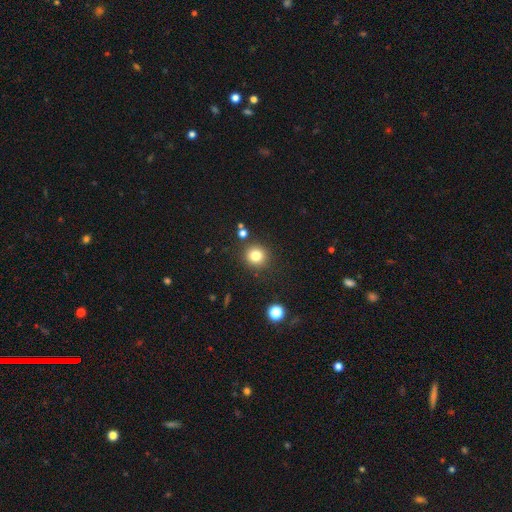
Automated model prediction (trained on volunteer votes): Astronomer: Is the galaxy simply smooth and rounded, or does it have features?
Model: smooth — 80%.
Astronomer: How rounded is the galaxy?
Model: round — 92%.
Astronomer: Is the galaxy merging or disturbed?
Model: none — 87%.